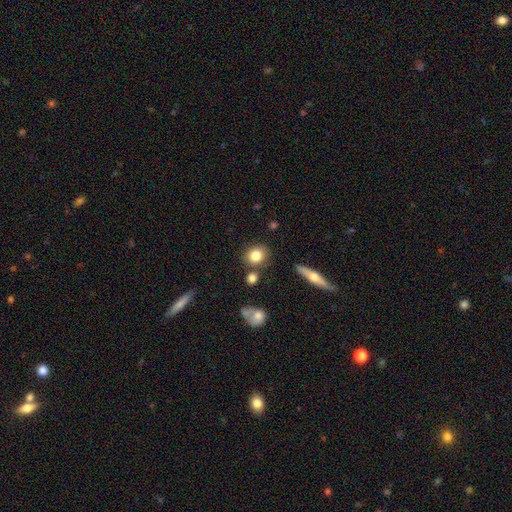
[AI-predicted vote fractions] This is clearly a smooth galaxy (81%). How rounded: likely round (70%). Merging: likely none (78%).